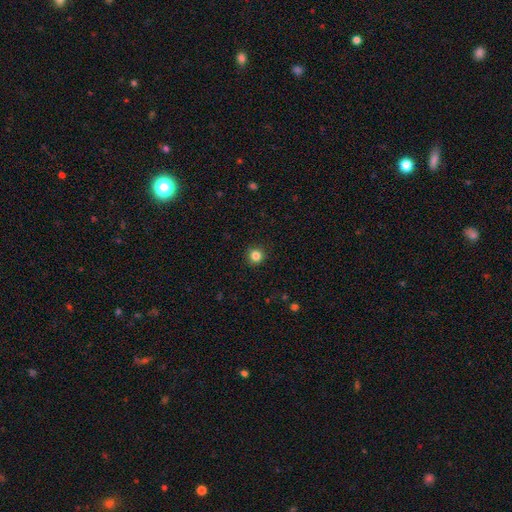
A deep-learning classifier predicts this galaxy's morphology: Smooth or featured? smooth (84%)
How rounded? round (93%)
Merging? none (91%)